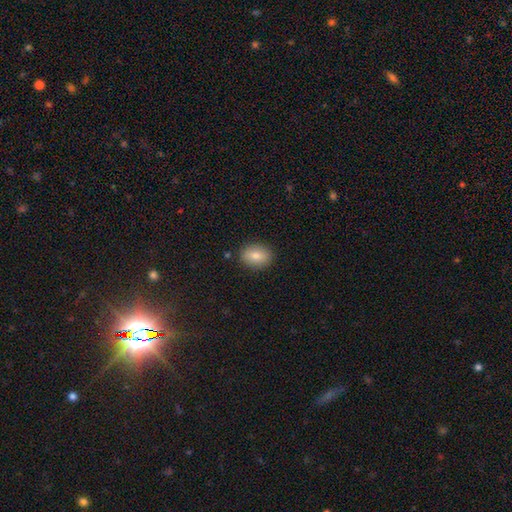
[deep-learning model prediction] smooth_or_featured: smooth (p=0.81) [alt: featured or disk p=0.11]
how_rounded: in between (p=0.68) [alt: round p=0.31]
merging: none (p=0.87) [alt: minor disturbance p=0.09]